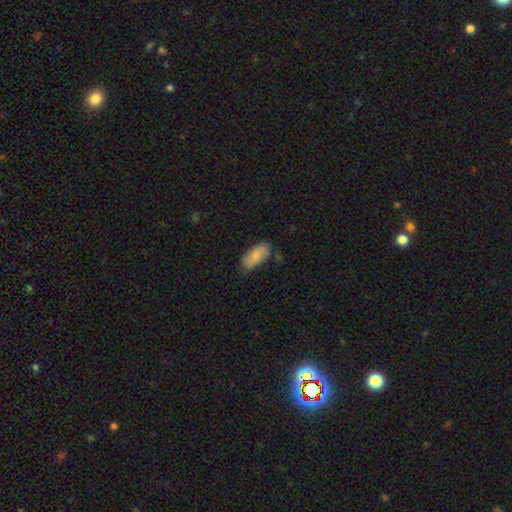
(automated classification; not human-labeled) A smooth galaxy with no disk features (79%) that is in between round and cigar-shaped (89%).

Vote fractions:
- Smooth or featured? smooth: 79% / featured or disk: 15% / star or artifact: 6%
- How rounded? in between: 89% / cigar-shaped: 8% / round: 2%
- Merging? none: 75% / minor disturbance: 18% / major disturbance: 3% / merger: 3%